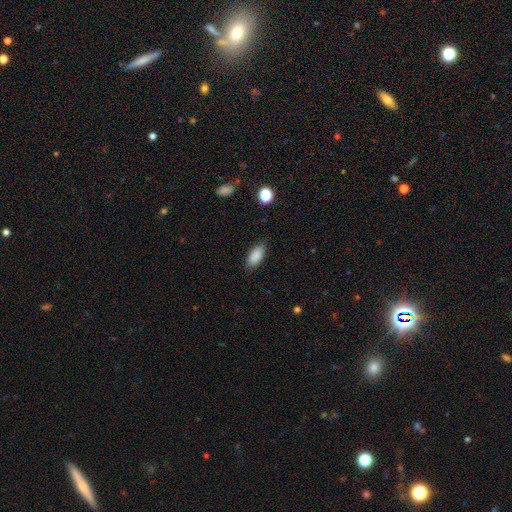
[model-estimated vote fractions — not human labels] Smooth or featured?
  - smooth: 88% *
  - star or artifact: 7%
  - featured or disk: 5%
How rounded?
  - in between: 89% *
  - cigar-shaped: 8%
  - round: 3%
Merging?
  - none: 84% *
  - minor disturbance: 12%
  - major disturbance: 3%
  - merger: 1%